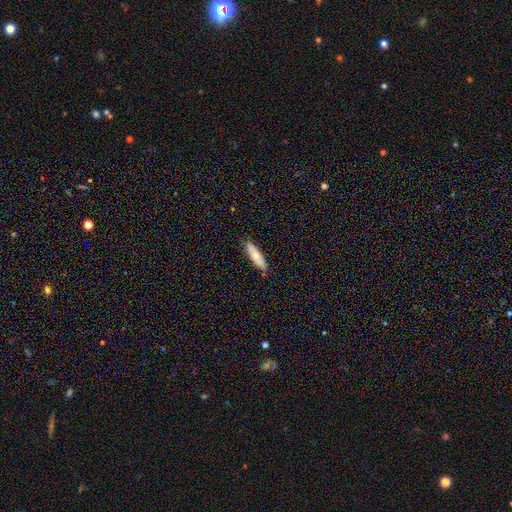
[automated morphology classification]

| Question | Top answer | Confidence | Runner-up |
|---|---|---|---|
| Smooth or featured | smooth | 65% | featured or disk (29%) |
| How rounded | cigar-shaped | 53% | in between (45%) |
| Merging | none | 84% | minor disturbance (12%) |